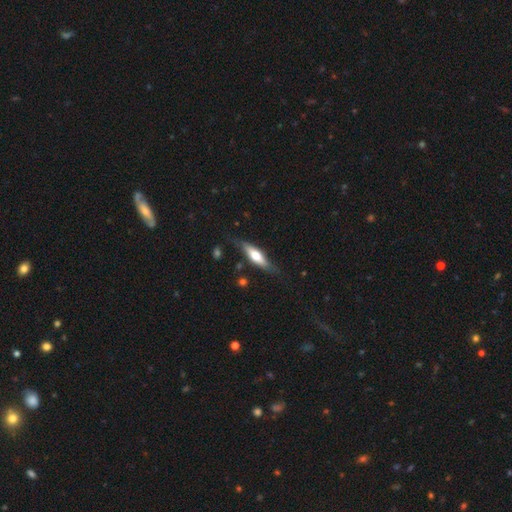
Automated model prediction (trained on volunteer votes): smooth-or-featured: featured or disk: 49% | smooth: 46% | star or artifact: 5%
  merging: none: 73% | minor disturbance: 19% | major disturbance: 5% | merger: 2%